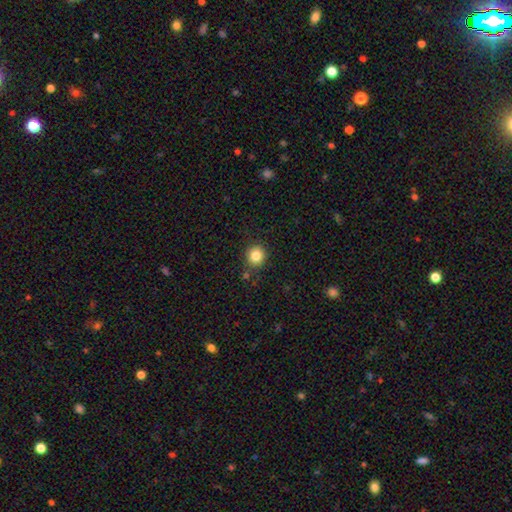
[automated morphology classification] This is clearly a smooth galaxy (84%). How rounded: clearly round (90%). Merging: clearly none (86%).